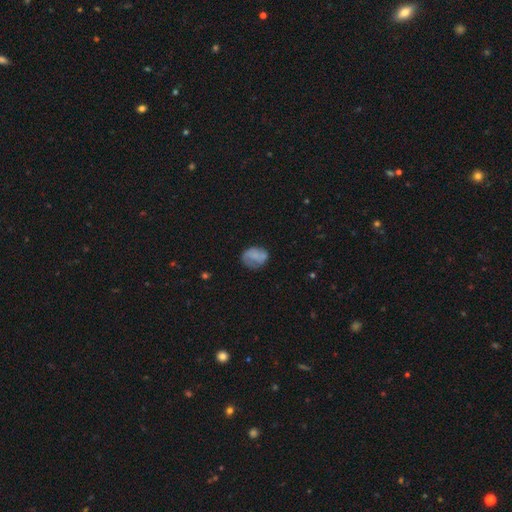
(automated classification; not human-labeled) A smooth galaxy with no disk features (63%) that is round (51%).

Vote fractions:
- Smooth or featured? smooth: 63% / featured or disk: 28% / star or artifact: 10%
- How rounded? round: 51% / in between: 47% / cigar-shaped: 1%
- Merging? none: 50% / minor disturbance: 29% / major disturbance: 16% / merger: 6%